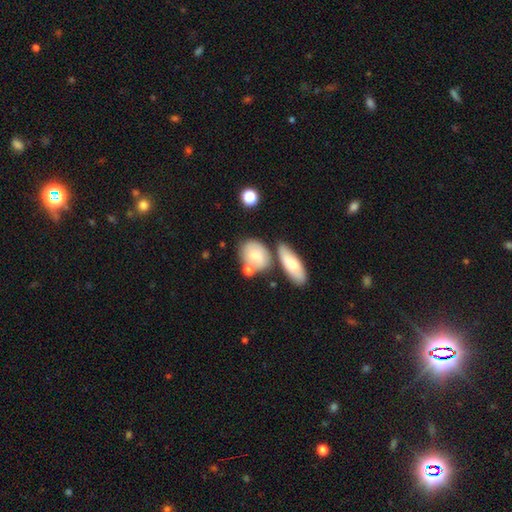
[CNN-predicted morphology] Smooth or featured?
  - smooth: 70% *
  - featured or disk: 23%
  - star or artifact: 7%
How rounded?
  - in between: 53% *
  - round: 44%
  - cigar-shaped: 3%
Merging?
  - none: 54% *
  - merger: 25%
  - minor disturbance: 16%
  - major disturbance: 5%